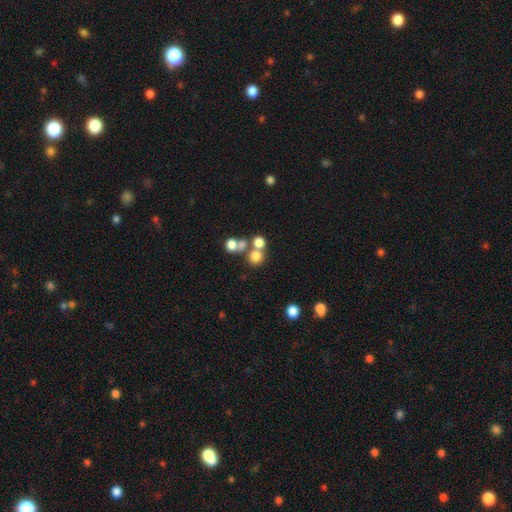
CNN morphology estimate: Smooth or featured: smooth — 73% (star or artifact — 15%)
How rounded: round — 87% (in between — 12%)
Merging: none — 50% (merger — 39%)